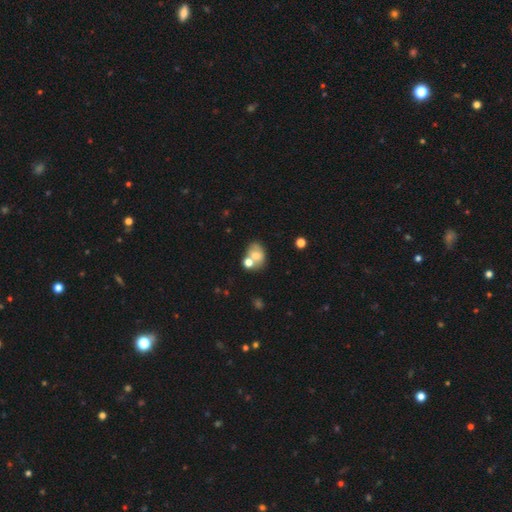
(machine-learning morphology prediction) Smooth or featured? smooth (65%)
How rounded? in between (64%)
Merging? none (40%)